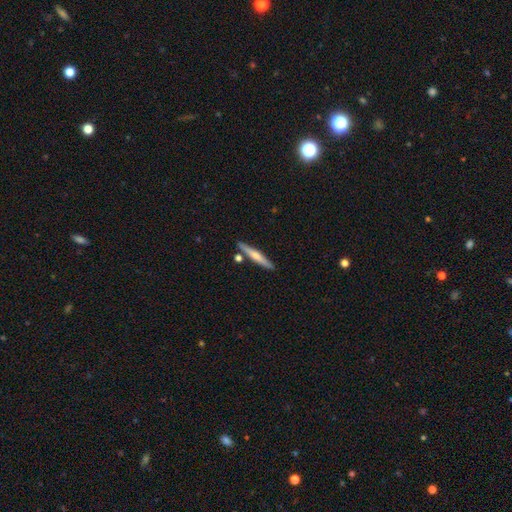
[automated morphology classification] Overall: smooth (51%; featured or disk 43%). How rounded: cigar-shaped (93%). Merging: none (83%).